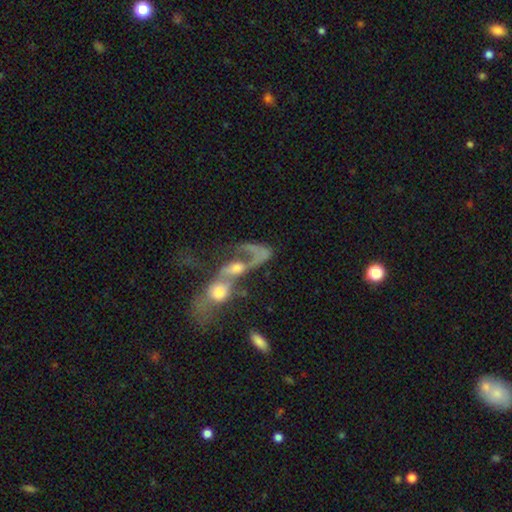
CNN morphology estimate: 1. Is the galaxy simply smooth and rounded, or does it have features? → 65% featured or disk, 24% smooth, 11% star or artifact.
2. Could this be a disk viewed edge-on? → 89% no, 11% yes.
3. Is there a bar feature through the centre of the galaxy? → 69% no, 23% weak, 8% strong.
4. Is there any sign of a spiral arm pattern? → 63% yes, 37% no.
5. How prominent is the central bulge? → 47% moderate, 22% small, 14% none, 14% large, 3% dominant.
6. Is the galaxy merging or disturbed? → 72% merger, 15% major disturbance, 9% none, 5% minor disturbance.